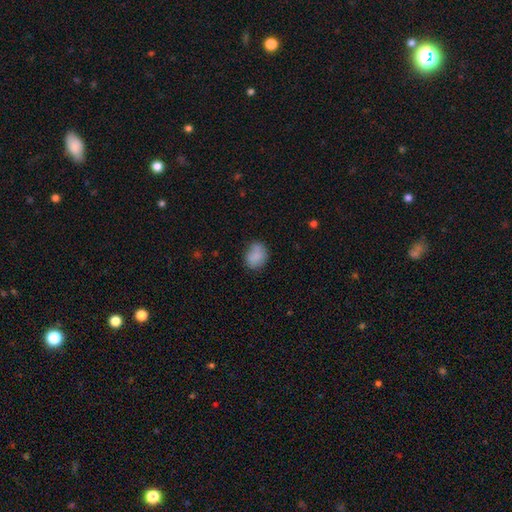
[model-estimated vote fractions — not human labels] smooth_or_featured: smooth (p=0.83) [alt: featured or disk p=0.09]
how_rounded: round (p=0.53) [alt: in between p=0.46]
merging: none (p=0.66) [alt: minor disturbance p=0.23]